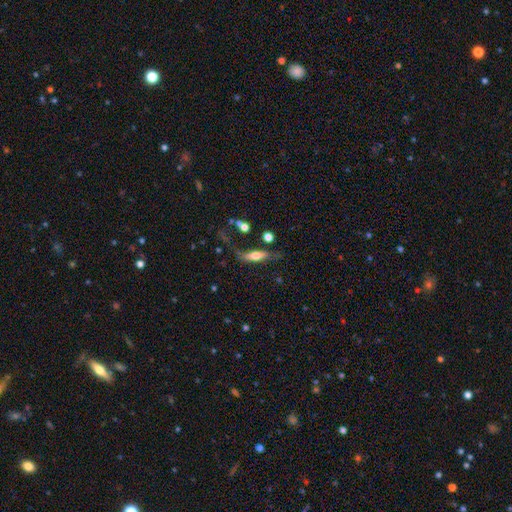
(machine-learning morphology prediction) A smooth galaxy with no disk features (52%) that is cigar-shaped (57%).

Vote fractions:
- Smooth or featured? smooth: 52% / featured or disk: 40% / star or artifact: 8%
- How rounded? cigar-shaped: 57% / in between: 40% / round: 3%
- Merging? none: 53% / minor disturbance: 22% / major disturbance: 17% / merger: 7%